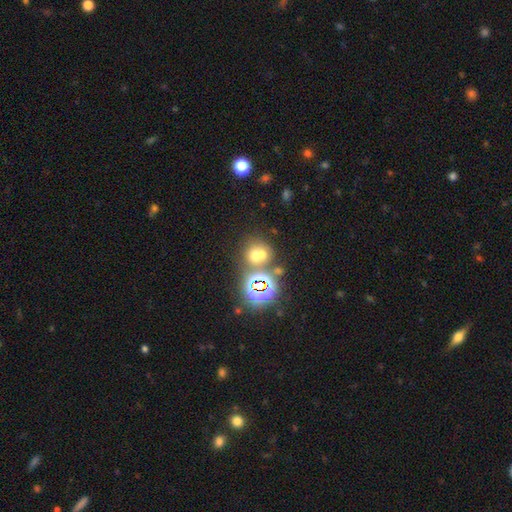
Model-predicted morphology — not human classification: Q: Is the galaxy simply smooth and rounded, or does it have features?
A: smooth — 53%.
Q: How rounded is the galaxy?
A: round — 78%.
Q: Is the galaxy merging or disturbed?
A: none — 45%.